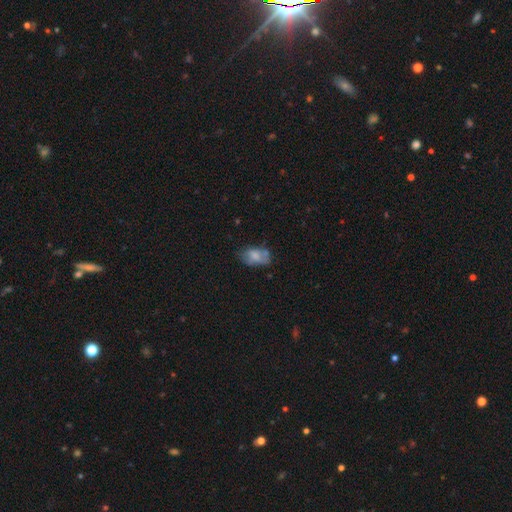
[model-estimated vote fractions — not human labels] A smooth galaxy with no disk features (64%) that is in between round and cigar-shaped (90%). Merging: none (48%).